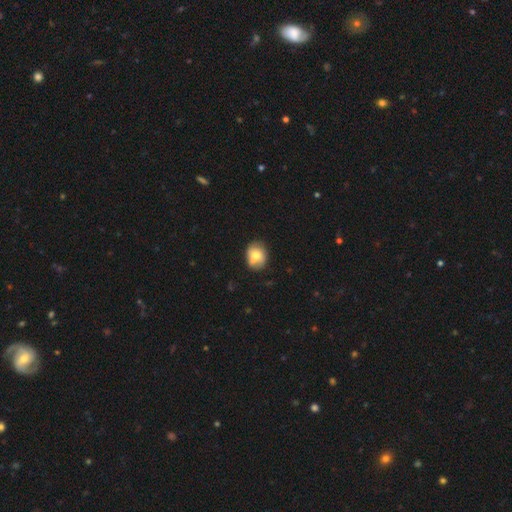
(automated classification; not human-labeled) Q: Smooth or featured?
A: smooth (65%); runner-up: featured or disk (27%)
Q: How rounded?
A: round (55%); runner-up: in between (44%)
Q: Merging?
A: none (63%); runner-up: minor disturbance (26%)